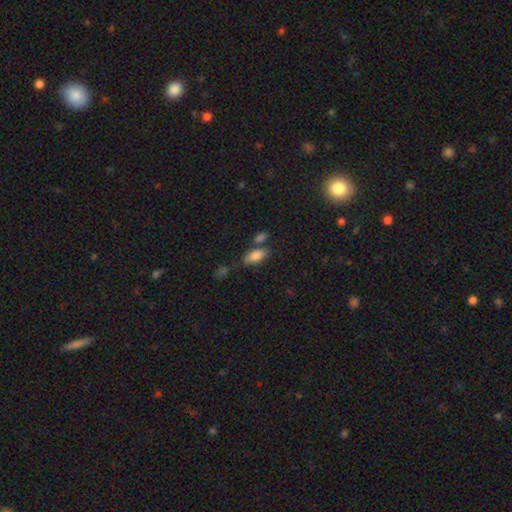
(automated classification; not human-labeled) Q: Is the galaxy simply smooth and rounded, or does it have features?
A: smooth — 81%.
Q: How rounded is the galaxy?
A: in between — 84%.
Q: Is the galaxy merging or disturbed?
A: none — 61%.